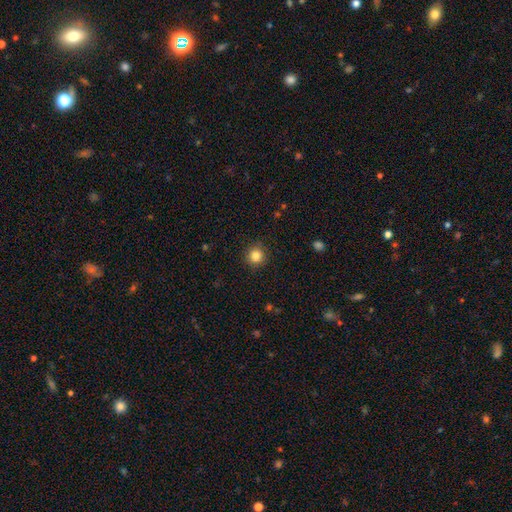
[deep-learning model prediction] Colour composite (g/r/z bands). It shows a smooth galaxy with no disk features (84%) that is round (93%). Merging: none (90%).